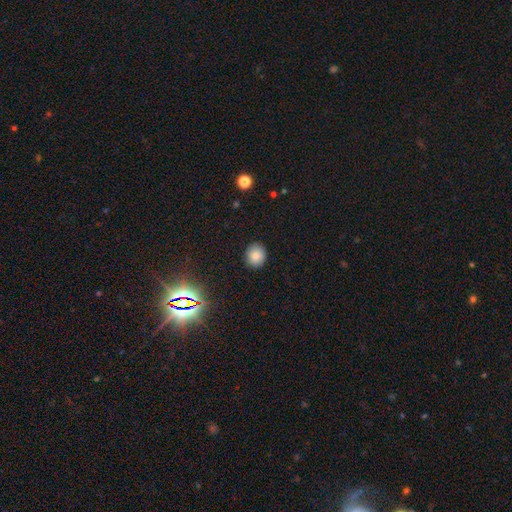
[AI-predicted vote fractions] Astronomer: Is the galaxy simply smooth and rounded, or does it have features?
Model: smooth — 81%.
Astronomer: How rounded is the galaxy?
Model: round — 77%.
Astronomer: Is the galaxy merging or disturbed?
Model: none — 89%.